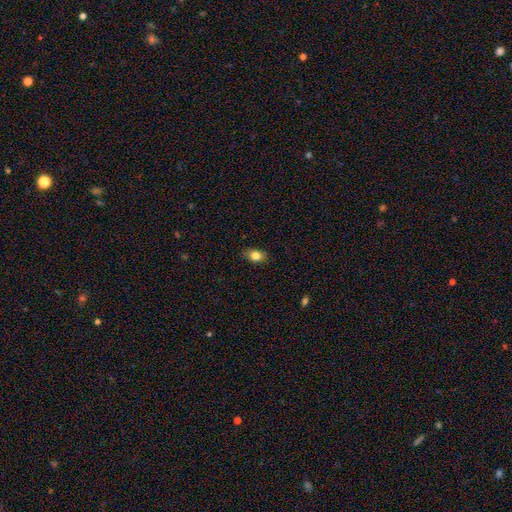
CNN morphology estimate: Smooth or featured?
  - smooth: 81% *
  - featured or disk: 10%
  - star or artifact: 10%
How rounded?
  - in between: 77% *
  - round: 21%
  - cigar-shaped: 2%
Merging?
  - none: 83% *
  - minor disturbance: 14%
  - major disturbance: 3%
  - merger: 1%